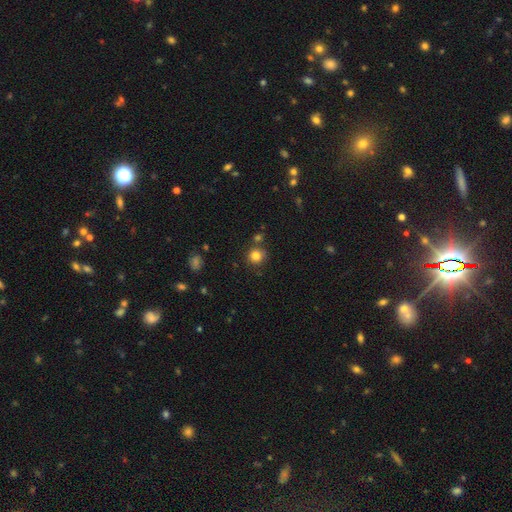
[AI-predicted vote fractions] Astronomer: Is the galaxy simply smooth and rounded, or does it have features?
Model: smooth — 83%.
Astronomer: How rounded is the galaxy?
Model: round — 91%.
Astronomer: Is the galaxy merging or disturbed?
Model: none — 78%.